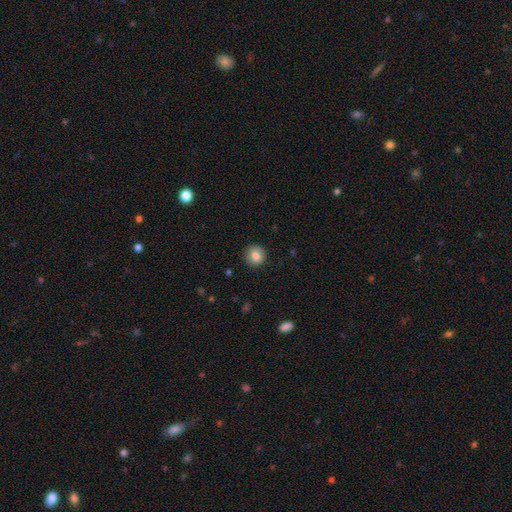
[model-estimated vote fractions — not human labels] This appears to be a smooth galaxy with no disk features (84%) that is round (90%). Merging: none (89%).